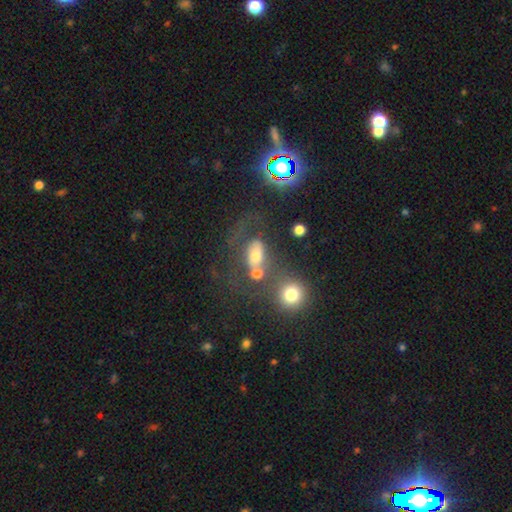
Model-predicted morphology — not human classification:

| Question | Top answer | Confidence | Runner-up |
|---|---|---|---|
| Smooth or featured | smooth | 57% | featured or disk (26%) |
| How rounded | in between | 68% | round (29%) |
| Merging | merger | 32% | tied: none (32%) |